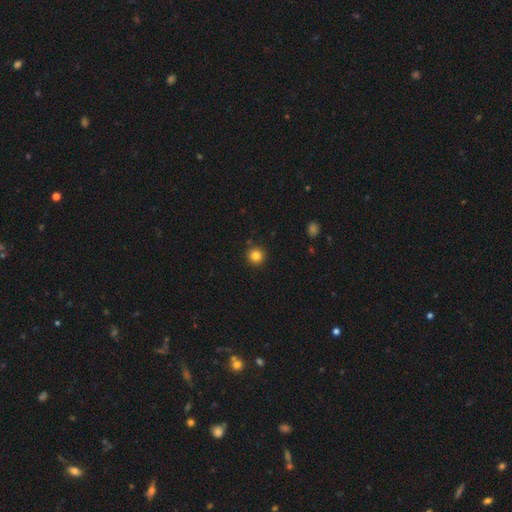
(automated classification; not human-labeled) Smooth or featured? smooth (84%)
How rounded? round (95%)
Merging? none (92%)